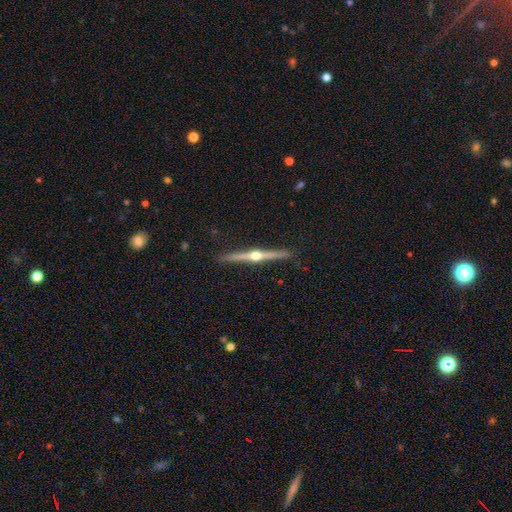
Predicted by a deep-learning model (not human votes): Morphology: type=featured or disk (84%); edge-on=yes (99%); edge-on bulge=rounded (96%); merging=none (91%).